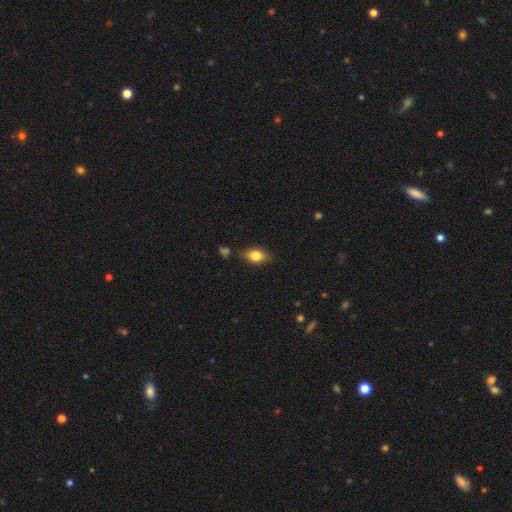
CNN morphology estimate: Smooth or featured: smooth — 80% (featured or disk — 11%)
How rounded: in between — 80% (round — 17%)
Merging: none — 80% (minor disturbance — 14%)